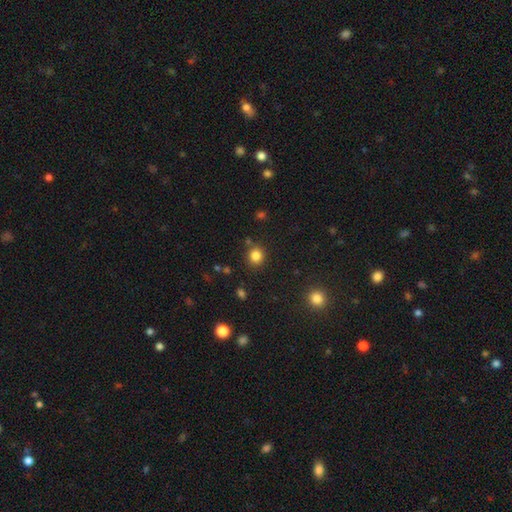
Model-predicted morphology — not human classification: smooth 82%, star or artifact 13%, featured or disk 5%. Down the decision tree: how rounded — round (88%); merging — none (84%).